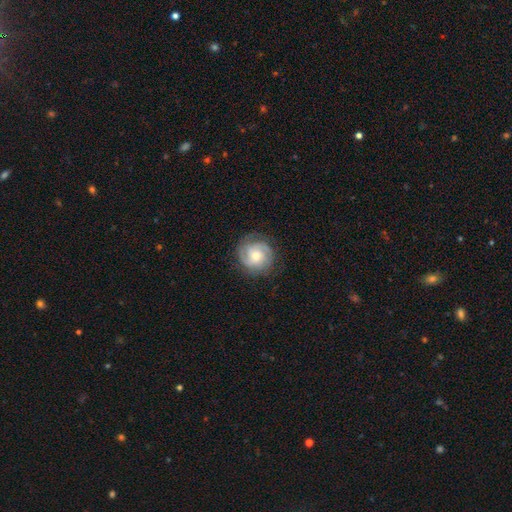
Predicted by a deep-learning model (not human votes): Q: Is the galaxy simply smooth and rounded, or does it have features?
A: featured or disk — 69%.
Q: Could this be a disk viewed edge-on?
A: no — 98%.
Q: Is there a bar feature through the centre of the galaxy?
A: no — 72%.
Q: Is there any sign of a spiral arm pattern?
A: yes — 93%.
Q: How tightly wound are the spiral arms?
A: tight — 58%.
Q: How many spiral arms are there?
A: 3 — 30%.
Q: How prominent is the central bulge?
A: moderate — 56%.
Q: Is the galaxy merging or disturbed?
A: none — 80%.